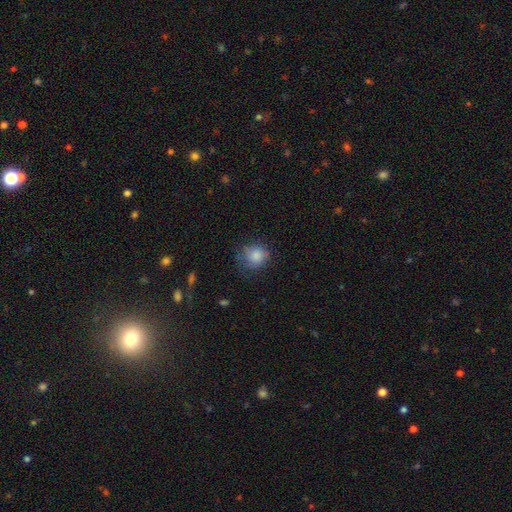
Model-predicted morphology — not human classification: Overall: smooth (82%). How rounded: round (83%). Merging: none (64%; minor disturbance 25%).